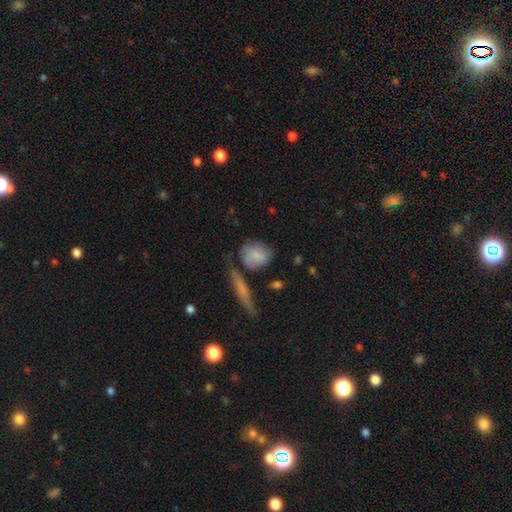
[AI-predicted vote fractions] The model was most divided on "how rounded": round: 60%, in between: 36%, cigar-shaped: 4%. More confident: smooth or featured — smooth (77%); merging — none (55%).